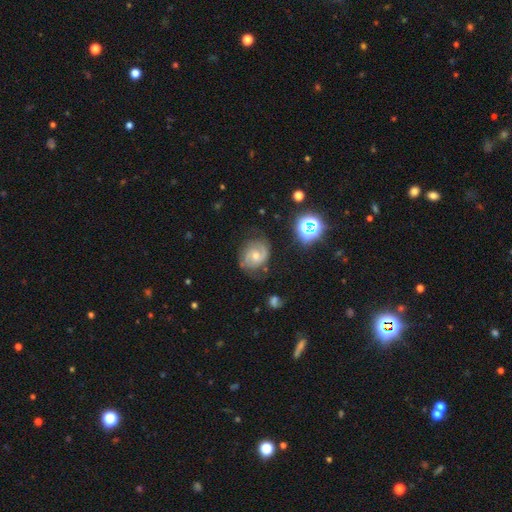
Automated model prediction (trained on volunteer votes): Morphology: type=featured or disk (72%); edge-on=no (97%); bar=no (55%); spiral arms=yes (92%); winding=medium (44%); arm count=2 (75%); bulge=moderate (56%); merging=none (72%).